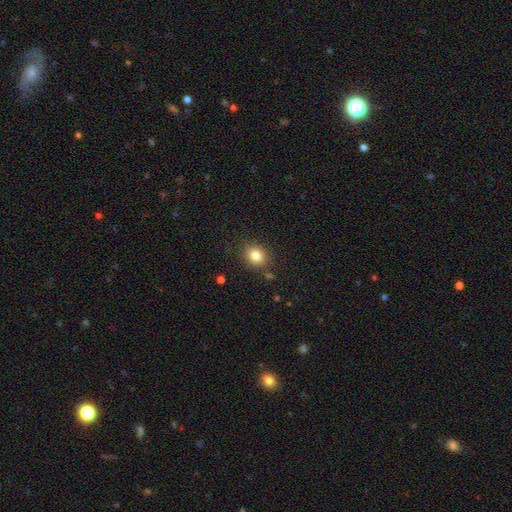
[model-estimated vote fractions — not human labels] The model was most divided on "how rounded": round: 65%, in between: 34%, cigar-shaped: 1%. More confident: merging — none (85%); smooth or featured — smooth (83%).